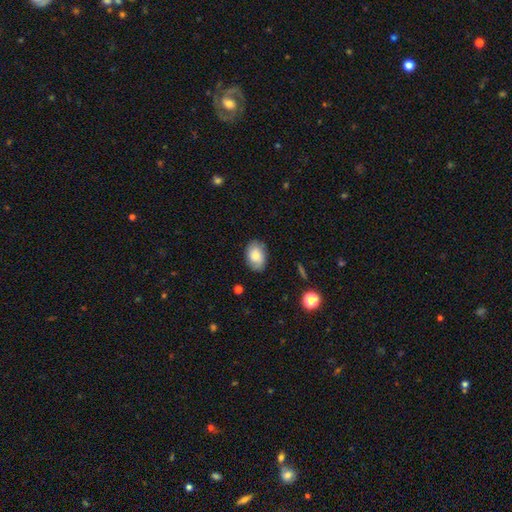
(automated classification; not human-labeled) Q: Smooth or featured?
A: smooth (73%); runner-up: featured or disk (19%)
Q: How rounded?
A: in between (83%); runner-up: round (16%)
Q: Merging?
A: none (80%); runner-up: minor disturbance (15%)